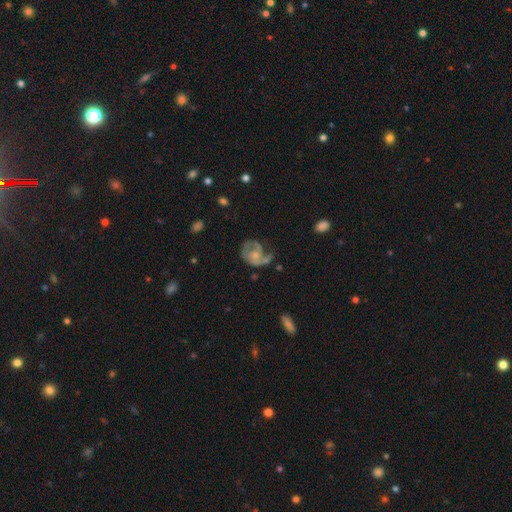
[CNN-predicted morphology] Smooth or featured: featured or disk — 69% (smooth — 24%)
Edge-on disk: no — 98% (yes — 2%)
Bar: no — 74% (weak — 22%)
Spiral arms: yes — 79% (no — 21%)
Spiral winding: medium — 42% (loose — 30%)
Spiral arm count: 1 — 41% (2 — 37%)
Bulge size: small — 54% (moderate — 32%)
Merging: none — 36% (tied with major disturbance — 36%)